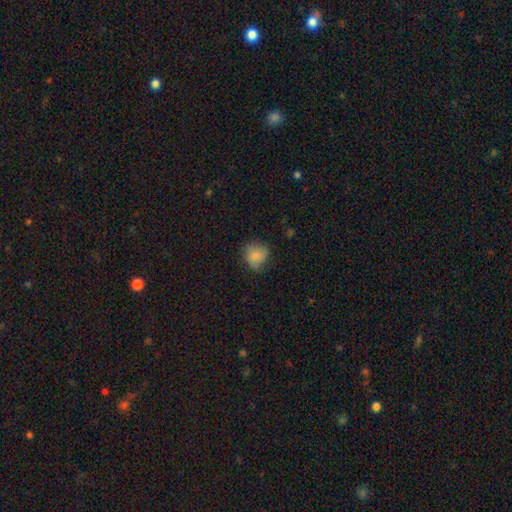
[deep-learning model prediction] Morphology: type=smooth (83%); roundness=round (84%); merging=none (72%).